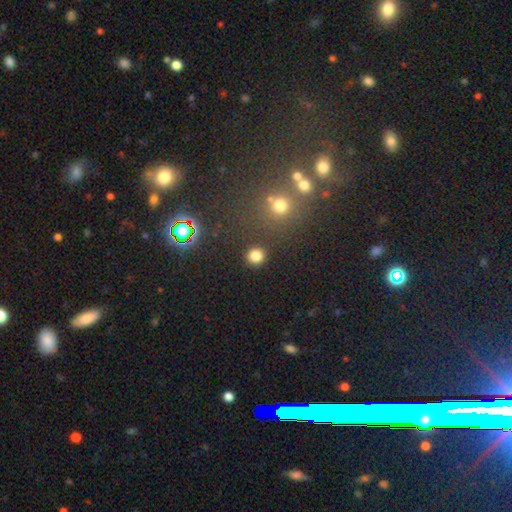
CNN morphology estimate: Smooth or featured?
  - smooth: 79% *
  - star or artifact: 16%
  - featured or disk: 4%
How rounded?
  - round: 92% *
  - in between: 7%
  - cigar-shaped: 1%
Merging?
  - none: 89% *
  - minor disturbance: 6%
  - merger: 3%
  - major disturbance: 2%